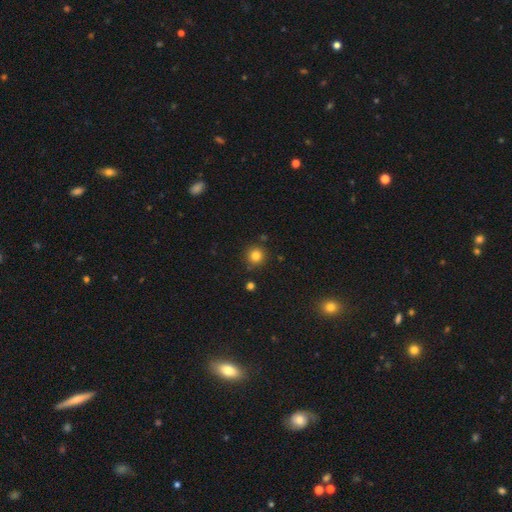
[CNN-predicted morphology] Smooth or featured: smooth — 82% (star or artifact — 13%)
How rounded: round — 93% (in between — 6%)
Merging: none — 87% (minor disturbance — 7%)